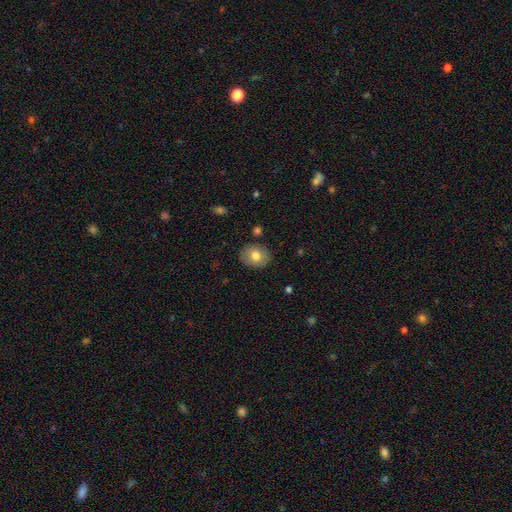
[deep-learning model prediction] This appears to be a smooth galaxy with no disk features (74%) that is round (59%). Merging: none (86%).